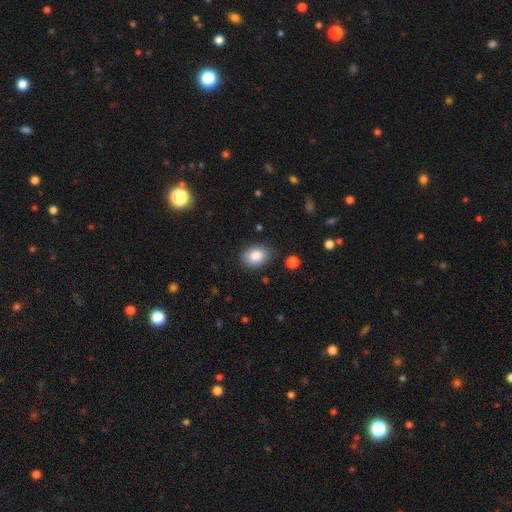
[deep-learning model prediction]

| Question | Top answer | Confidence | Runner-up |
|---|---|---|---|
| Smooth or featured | smooth | 86% | star or artifact (8%) |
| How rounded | in between | 70% | round (29%) |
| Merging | none | 80% | minor disturbance (15%) |